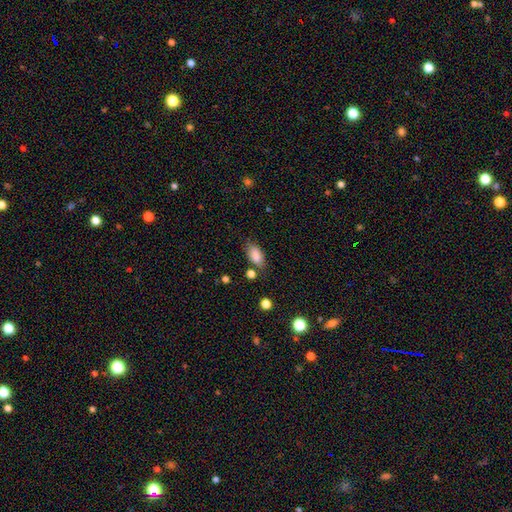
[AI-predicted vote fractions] smooth 86%, star or artifact 8%, featured or disk 6%. Down the decision tree: how rounded — in between (90%); merging — none (71%).